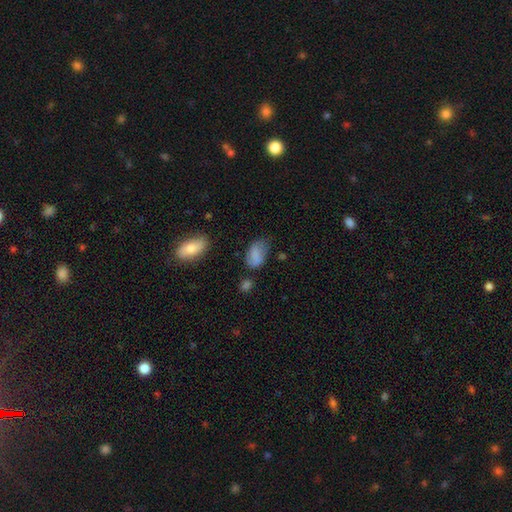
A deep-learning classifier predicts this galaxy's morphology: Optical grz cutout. It shows a smooth galaxy with no disk features (82%) that is in between round and cigar-shaped (92%). Merging: none (53%).